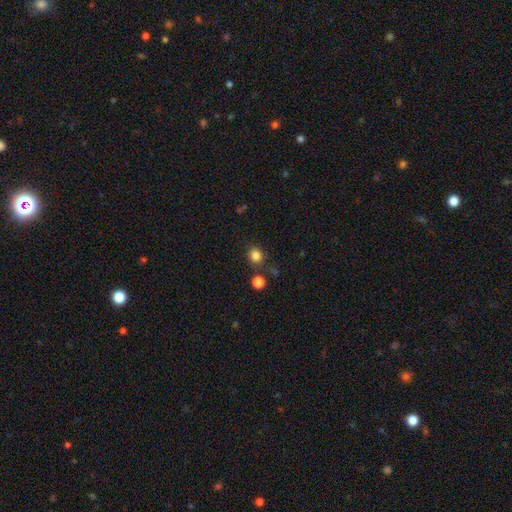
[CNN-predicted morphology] A smooth galaxy with no disk features (83%) that is round (81%). Merging: none (80%).